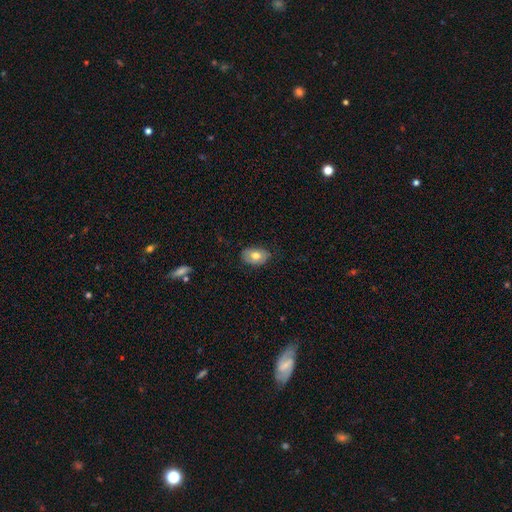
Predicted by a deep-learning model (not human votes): Overall: smooth (70%). How rounded: in between (85%). Merging: none (77%).